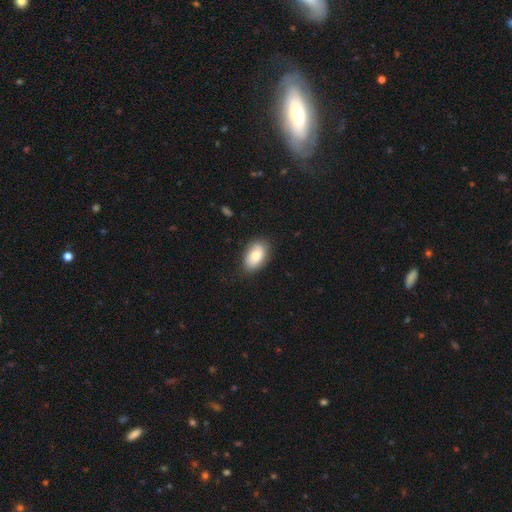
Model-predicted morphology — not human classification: This is likely a smooth galaxy (80%). How rounded: clearly in between (91%). Merging: likely none (77%).